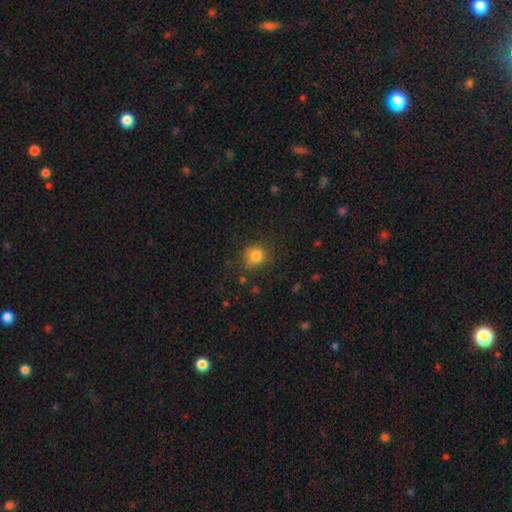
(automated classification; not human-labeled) A smooth galaxy with no disk features (82%) that is round (87%).

Vote fractions:
- Smooth or featured? smooth: 82% / star or artifact: 12% / featured or disk: 6%
- How rounded? round: 87% / in between: 12% / cigar-shaped: 1%
- Merging? none: 79% / minor disturbance: 14% / major disturbance: 4% / merger: 3%